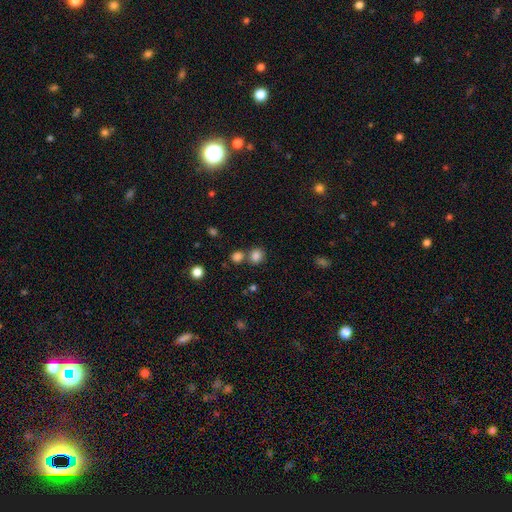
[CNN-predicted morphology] Q: Smooth or featured?
A: smooth (82%); runner-up: star or artifact (13%)
Q: How rounded?
A: round (76%); runner-up: in between (23%)
Q: Merging?
A: none (63%); runner-up: merger (24%)